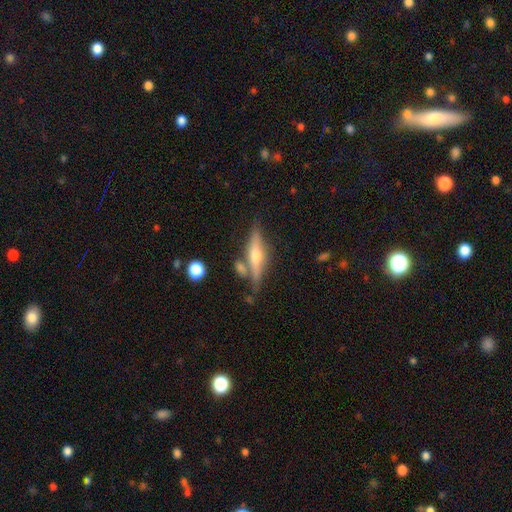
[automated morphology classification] Smooth or featured?
  - featured or disk: 69% *
  - smooth: 24%
  - star or artifact: 7%
Edge-on disk?
  - yes: 94% *
  - no: 6%
Edge-on bulge?
  - rounded: 91% *
  - boxy: 5%
  - none: 4%
Merging?
  - none: 70% *
  - minor disturbance: 14%
  - merger: 12%
  - major disturbance: 4%